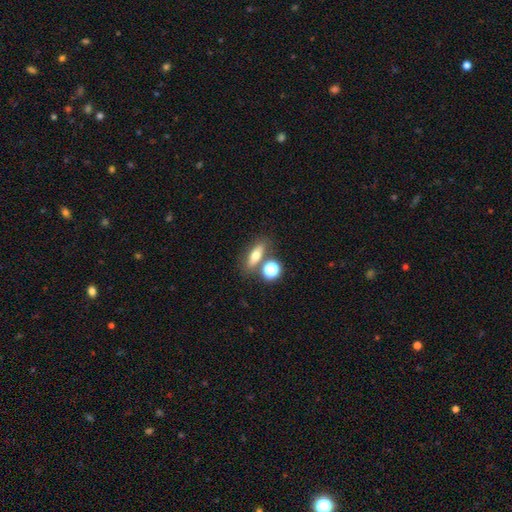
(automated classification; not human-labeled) Smooth or featured: smooth — 63% (featured or disk — 25%)
How rounded: in between — 54% (cigar-shaped — 29%)
Merging: none — 68% (merger — 16%)